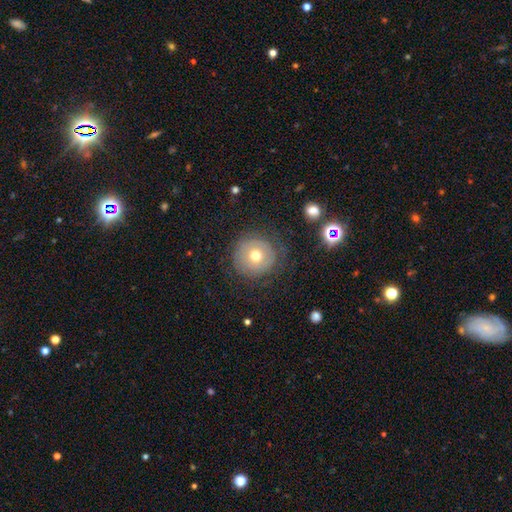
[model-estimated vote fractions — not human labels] Smooth or featured?
  - smooth: 56% *
  - featured or disk: 33%
  - star or artifact: 10%
How rounded?
  - round: 92% *
  - in between: 7%
  - cigar-shaped: 1%
Merging?
  - none: 74% *
  - minor disturbance: 15%
  - major disturbance: 10%
  - merger: 2%